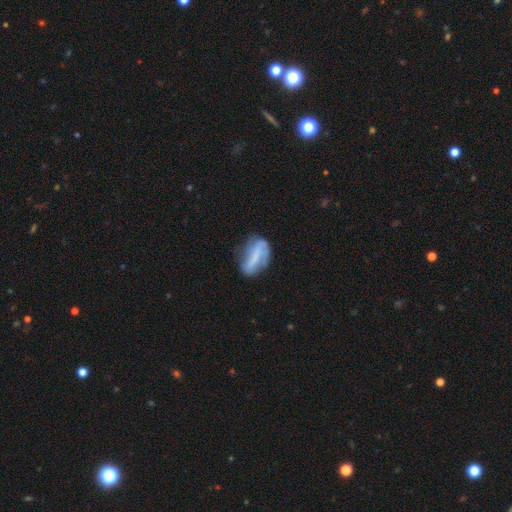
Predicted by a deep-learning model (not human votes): This is possibly a featured or disk galaxy (47%). Merging: possibly none (48%).